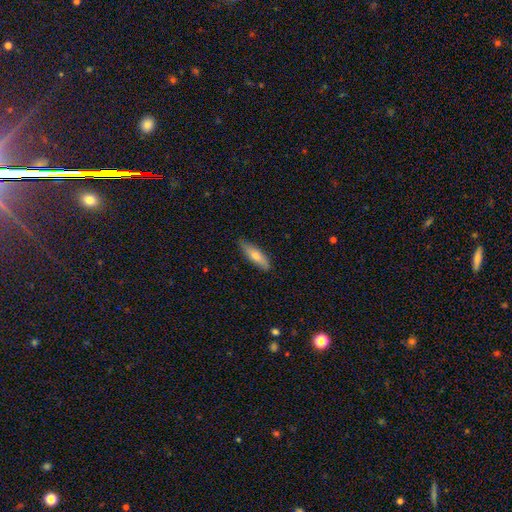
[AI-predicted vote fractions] smooth_or_featured: smooth (p=0.61) [alt: featured or disk p=0.32]
how_rounded: cigar-shaped (p=0.70) [alt: in between p=0.28]
merging: none (p=0.86) [alt: minor disturbance p=0.11]